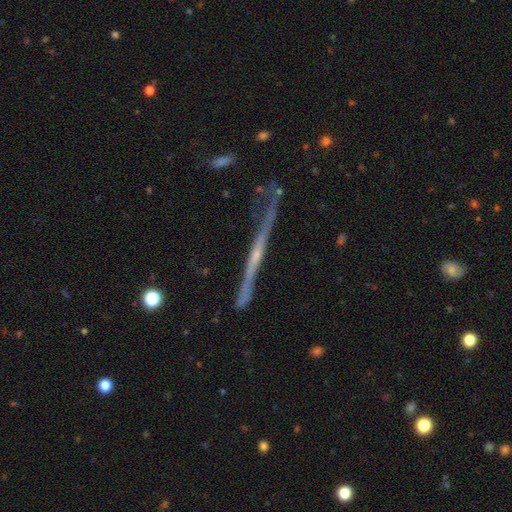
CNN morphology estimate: smooth-or-featured: featured or disk: 79% | smooth: 12% | star or artifact: 8%
  disk-edge-on: yes: 95% | no: 5%
    edge-on-bulge: rounded: 51% | none: 42% | boxy: 7%
  merging: none: 70% | minor disturbance: 20% | major disturbance: 6% | merger: 4%